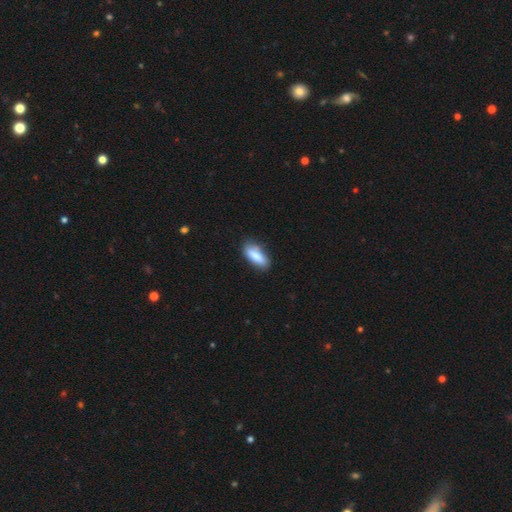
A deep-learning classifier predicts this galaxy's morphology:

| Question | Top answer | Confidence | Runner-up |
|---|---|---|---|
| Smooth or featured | smooth | 82% | featured or disk (11%) |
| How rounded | in between | 75% | cigar-shaped (23%) |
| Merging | none | 76% | minor disturbance (18%) |